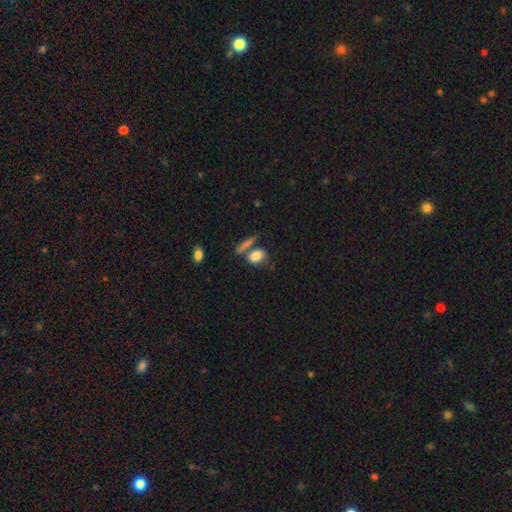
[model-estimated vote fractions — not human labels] Q: Smooth or featured?
A: smooth (82%); runner-up: featured or disk (9%)
Q: How rounded?
A: in between (63%); runner-up: round (30%)
Q: Merging?
A: none (50%); runner-up: merger (30%)